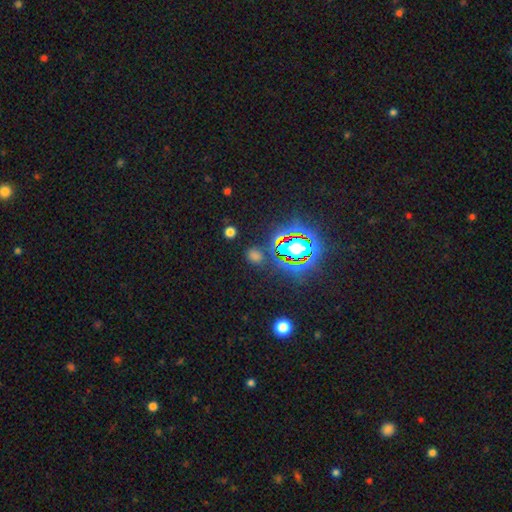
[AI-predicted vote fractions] Smooth or featured: smooth — 50% (star or artifact — 43%)
Merging: none — 80% (minor disturbance — 10%)